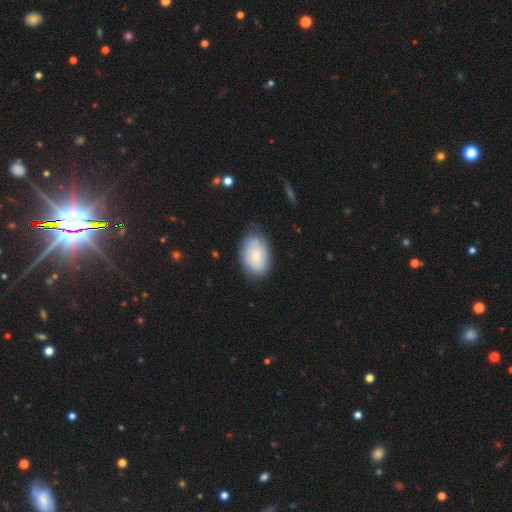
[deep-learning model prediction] A smooth galaxy with no disk features (66%) that is in between round and cigar-shaped (89%). Merging: none (71%).